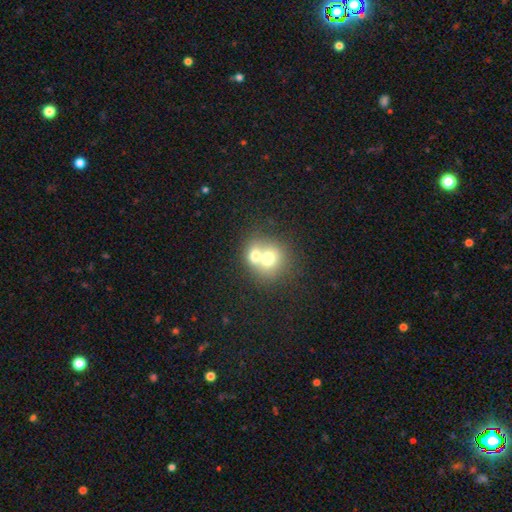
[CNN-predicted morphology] Smooth or featured?
  - smooth: 67% *
  - featured or disk: 22%
  - star or artifact: 10%
How rounded?
  - round: 72% *
  - in between: 27%
  - cigar-shaped: 1%
Merging?
  - merger: 69% *
  - none: 23%
  - minor disturbance: 5%
  - major disturbance: 3%